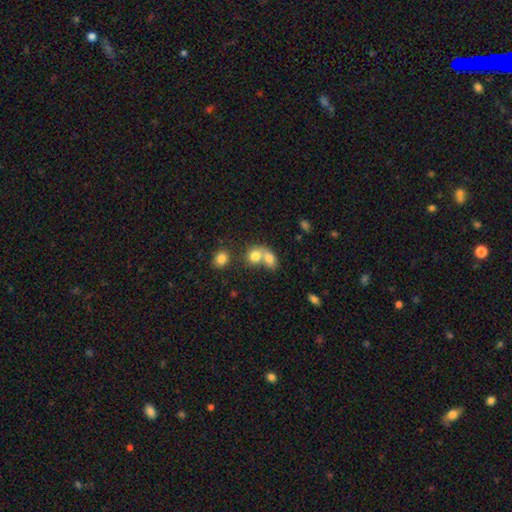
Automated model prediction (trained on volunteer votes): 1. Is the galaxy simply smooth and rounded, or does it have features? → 76% smooth, 14% featured or disk, 10% star or artifact.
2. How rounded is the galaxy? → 55% round, 44% in between, 1% cigar-shaped.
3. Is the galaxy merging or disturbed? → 68% merger, 23% none, 6% minor disturbance, 4% major disturbance.